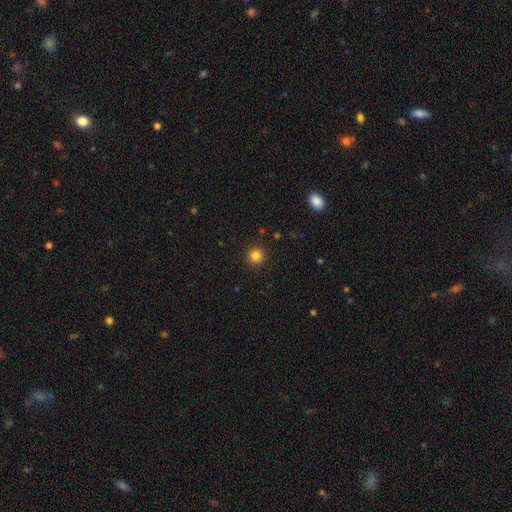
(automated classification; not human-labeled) Q: Smooth or featured?
A: smooth (83%); runner-up: star or artifact (12%)
Q: How rounded?
A: round (95%); runner-up: in between (4%)
Q: Merging?
A: none (92%); runner-up: minor disturbance (5%)